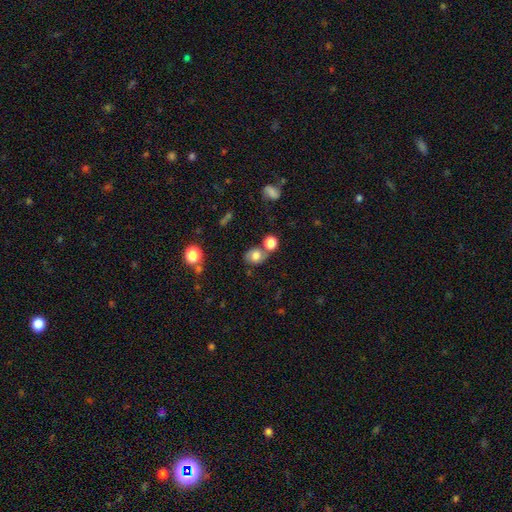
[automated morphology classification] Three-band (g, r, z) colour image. It shows a smooth galaxy with no disk features (64%) that is round (53%). Merging: none (52%).